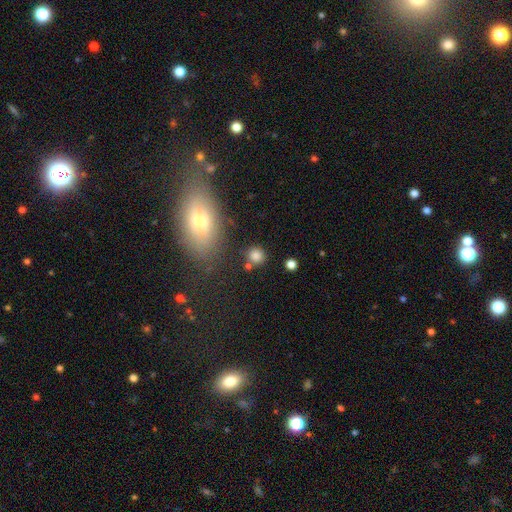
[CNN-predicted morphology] type=smooth (82%); roundness=round (88%); merging=none (81%).